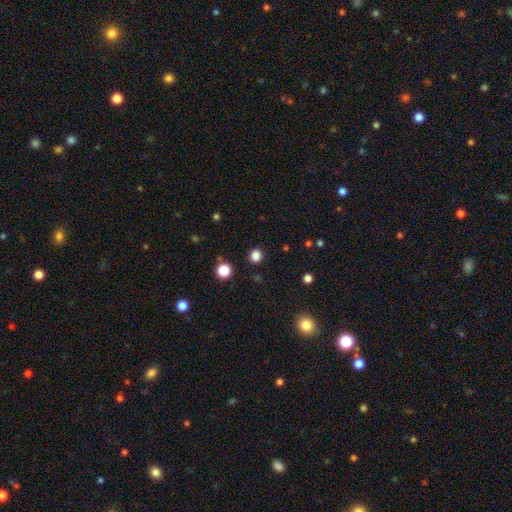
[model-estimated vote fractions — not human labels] Smooth or featured? smooth (83%)
How rounded? round (91%)
Merging? none (91%)